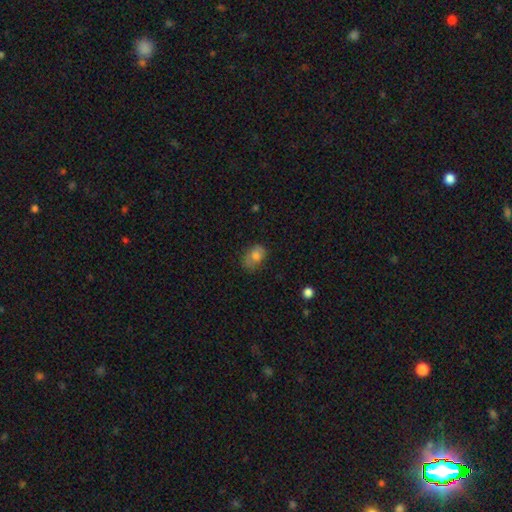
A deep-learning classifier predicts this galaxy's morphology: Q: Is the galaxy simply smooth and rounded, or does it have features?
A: smooth — 78%.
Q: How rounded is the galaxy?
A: in between — 75%.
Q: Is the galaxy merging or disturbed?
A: none — 48%.